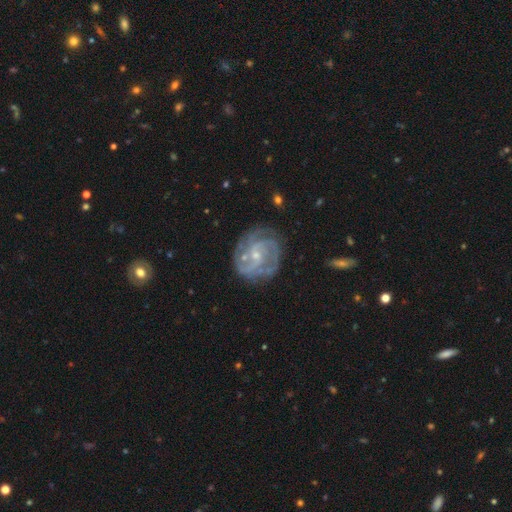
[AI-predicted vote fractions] featured or disk 88%, smooth 6%, star or artifact 6%. Down the decision tree: edge-on disk — no (98%); bar — no (55%); spiral arms — yes (96%); spiral arm count — 2 (32%); spiral winding — tight (52%); bulge size — small (72%); merging — none (74%).